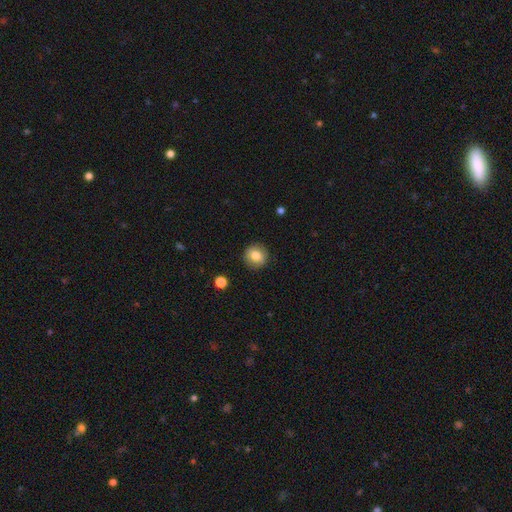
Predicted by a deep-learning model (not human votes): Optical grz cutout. It shows a smooth galaxy with no disk features (81%) that is round (92%). Merging: none (90%).